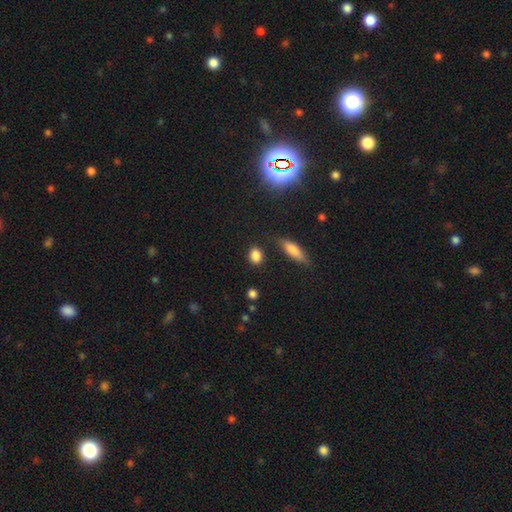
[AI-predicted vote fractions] This is clearly a smooth galaxy (85%). How rounded: possibly in between (49%). Merging: clearly none (84%).